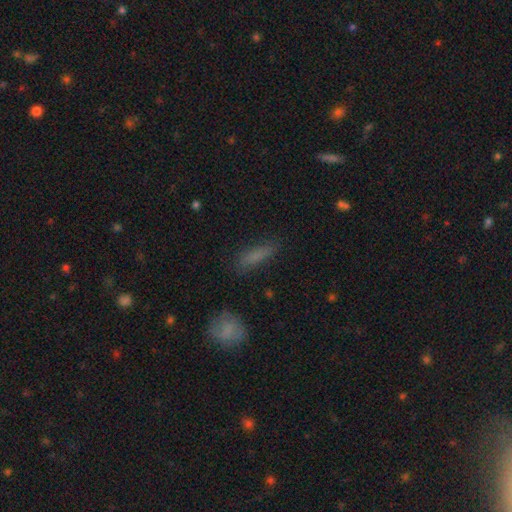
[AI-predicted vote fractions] smooth-or-featured: smooth: 76% | star or artifact: 12% | featured or disk: 12%
  how-rounded: cigar-shaped: 62% | in between: 34% | round: 4%
  merging: none: 77% | minor disturbance: 16% | major disturbance: 5% | merger: 2%